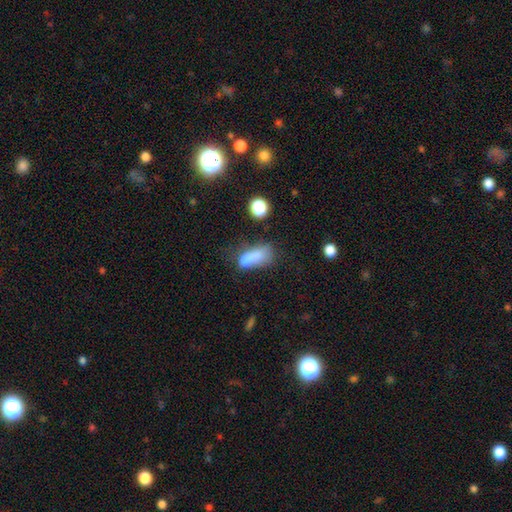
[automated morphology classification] Q: Smooth or featured?
A: smooth (68%); runner-up: featured or disk (19%)
Q: How rounded?
A: in between (76%); runner-up: cigar-shaped (16%)
Q: Merging?
A: merger (27%); runner-up: none (26%)